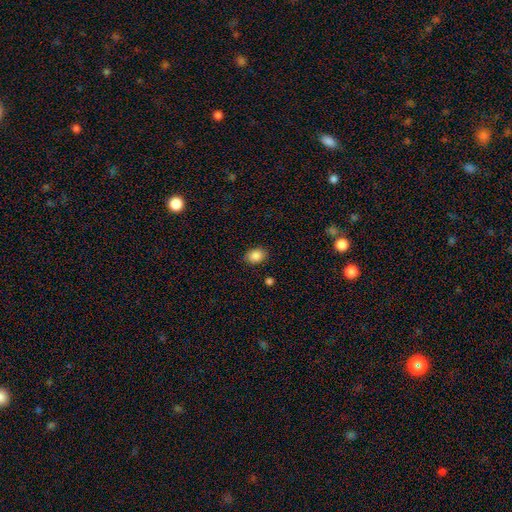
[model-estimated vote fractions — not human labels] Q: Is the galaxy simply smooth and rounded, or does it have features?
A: smooth — 87%.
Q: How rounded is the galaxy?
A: in between — 68%.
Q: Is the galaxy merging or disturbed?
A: none — 86%.